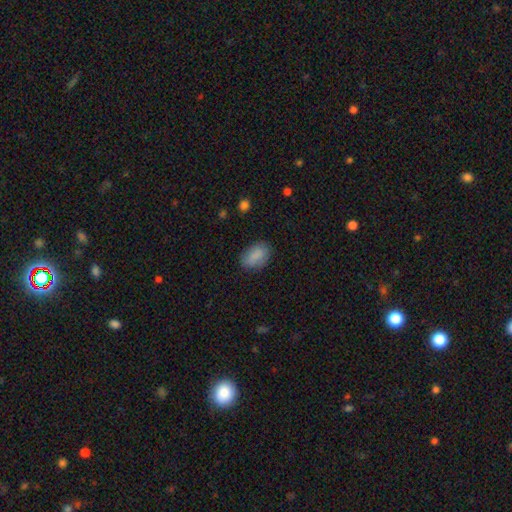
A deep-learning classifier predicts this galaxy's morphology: type=smooth (86%); roundness=in between (89%); merging=none (80%).